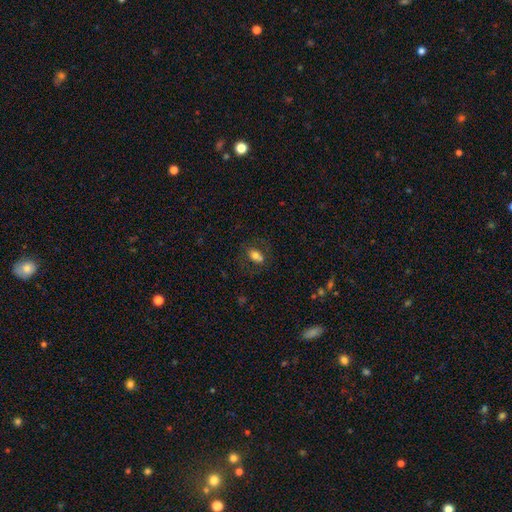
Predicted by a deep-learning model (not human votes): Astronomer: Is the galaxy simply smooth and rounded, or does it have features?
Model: smooth — 71%.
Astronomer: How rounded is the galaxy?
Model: in between — 79%.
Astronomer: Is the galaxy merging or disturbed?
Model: none — 63%.